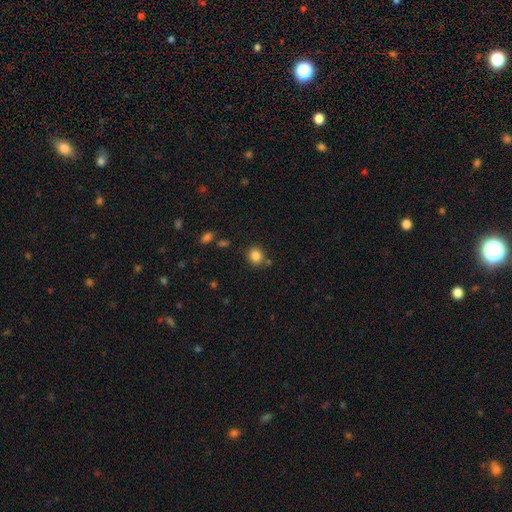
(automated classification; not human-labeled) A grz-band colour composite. It shows a smooth galaxy with no disk features (84%) that is round (81%). Merging: none (81%).